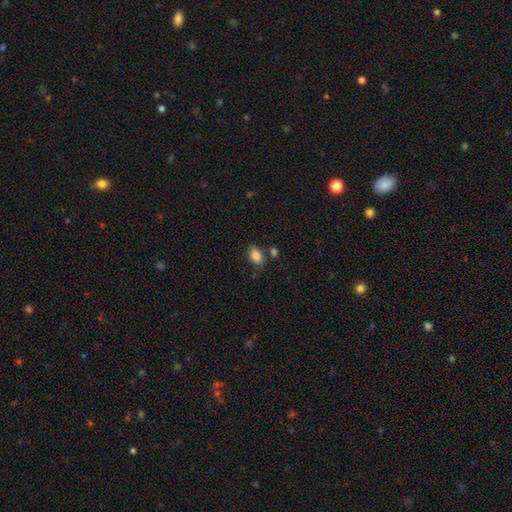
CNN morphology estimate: Smooth or featured? smooth (86%)
How rounded? in between (85%)
Merging? none (75%)